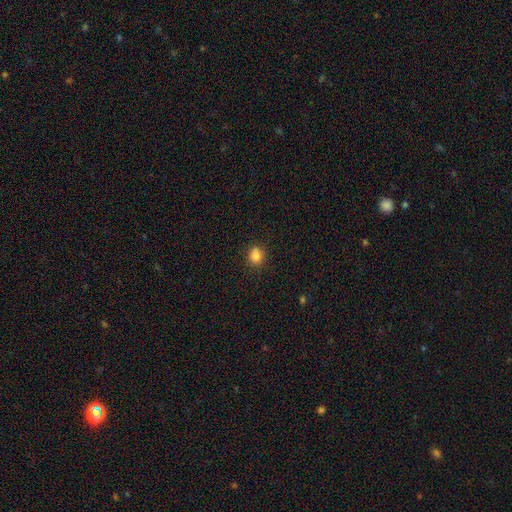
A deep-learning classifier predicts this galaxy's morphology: Smooth or featured? smooth (83%)
How rounded? round (65%)
Merging? none (81%)